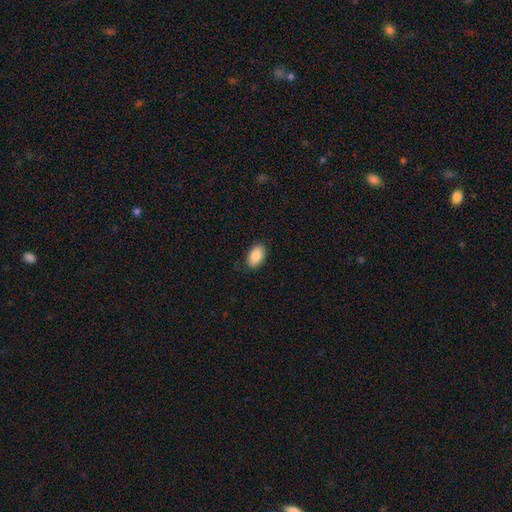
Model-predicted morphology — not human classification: smooth_or_featured: smooth (p=0.88) [alt: star or artifact p=0.07]
how_rounded: in between (p=0.93) [alt: round p=0.06]
merging: none (p=0.87) [alt: minor disturbance p=0.10]